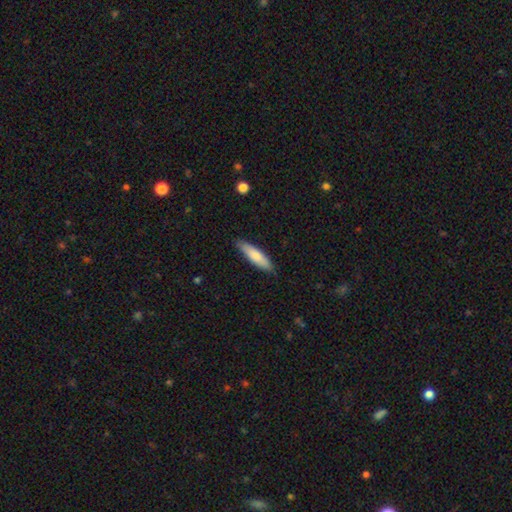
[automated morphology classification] Smooth or featured? smooth (79%)
How rounded? cigar-shaped (67%)
Merging? none (85%)